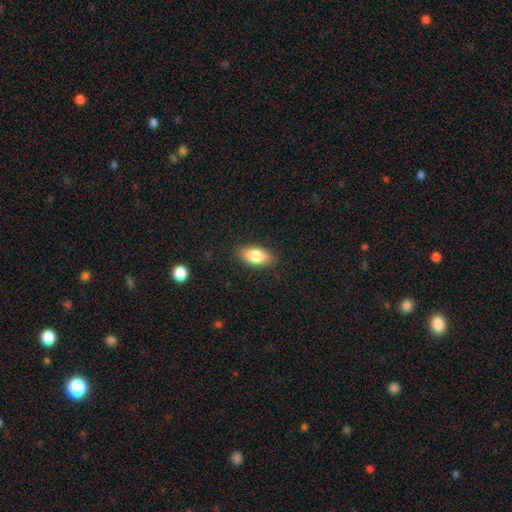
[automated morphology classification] A smooth galaxy with no disk features (83%) that is in between round and cigar-shaped (90%). Merging: none (87%).